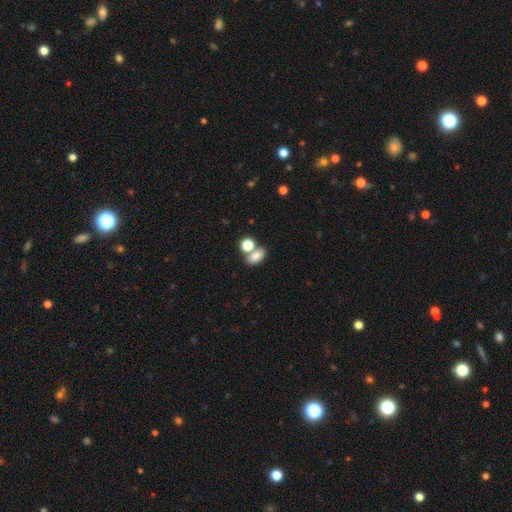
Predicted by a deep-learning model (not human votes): This is clearly a smooth galaxy (80%). How rounded: likely in between (79%). Merging: possibly none (48%).